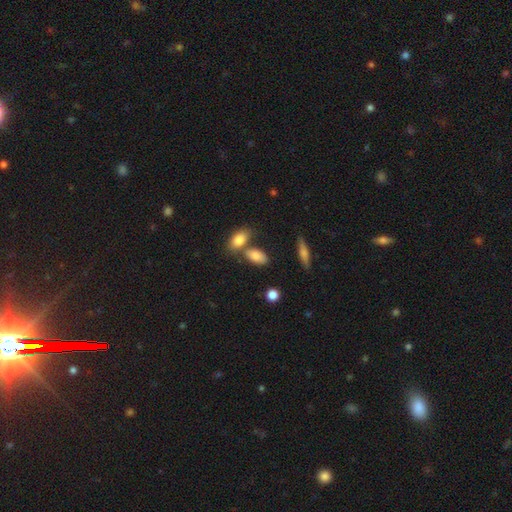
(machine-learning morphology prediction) This is clearly a smooth galaxy (82%). How rounded: clearly in between (90%). Merging: possibly none (55%).